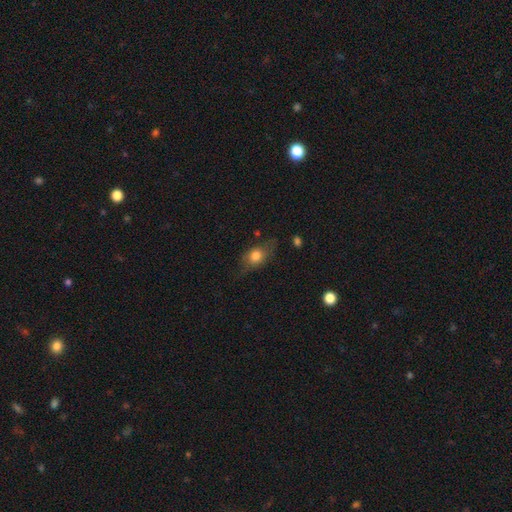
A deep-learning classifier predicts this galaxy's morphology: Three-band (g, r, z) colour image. It shows a smooth galaxy with no disk features (69%) that is in between round and cigar-shaped (68%). Merging: none (65%).